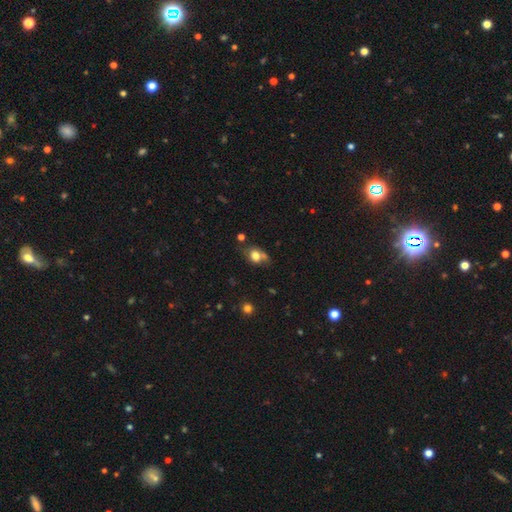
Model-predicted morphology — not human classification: A smooth galaxy with no disk features (71%) that is in between round and cigar-shaped (52%).

Vote fractions:
- Smooth or featured? smooth: 71% / featured or disk: 17% / star or artifact: 12%
- How rounded? in between: 52% / round: 46% / cigar-shaped: 2%
- Merging? none: 46% / minor disturbance: 23% / merger: 20% / major disturbance: 11%